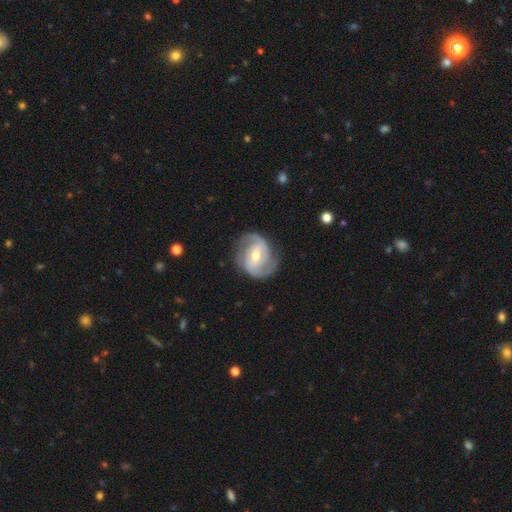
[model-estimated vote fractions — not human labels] A featured or disk galaxy (89%) with a weak bar (48%), 2 (80%) tight (48%) spiral arms (97%) and a moderate central bulge (66%).

Vote fractions:
- Smooth or featured? featured or disk: 89% / smooth: 7% / star or artifact: 4%
- Edge-on disk? no: 98% / yes: 2%
- Bar? weak: 48% / no: 27% / strong: 25%
- Spiral arms? yes: 97% / no: 3%
- Spiral winding? tight: 48% / medium: 43% / loose: 9%
- Spiral arm count? 2: 80% / 3: 8% / can't tell: 6% / 1: 2% / 4: 2% / more than 4: 2%
- Bulge size? moderate: 66% / small: 29% / large: 3% / none: 1% / dominant: 1%
- Merging? none: 78% / minor disturbance: 15% / major disturbance: 5% / merger: 1%